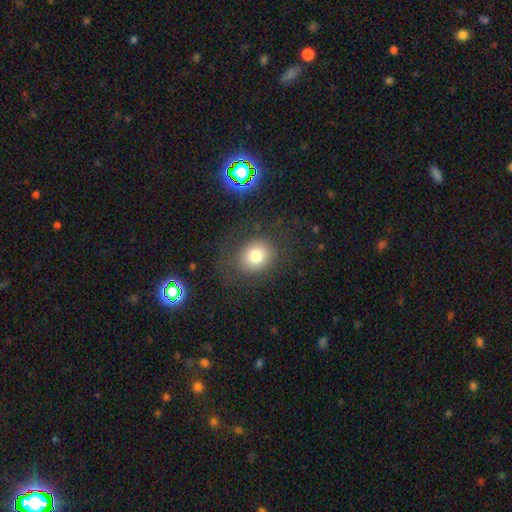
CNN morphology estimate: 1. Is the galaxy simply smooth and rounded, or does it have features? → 76% smooth, 12% star or artifact, 11% featured or disk.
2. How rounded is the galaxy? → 70% round, 29% in between, 1% cigar-shaped.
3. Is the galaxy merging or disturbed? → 76% none, 13% minor disturbance, 9% major disturbance, 2% merger.